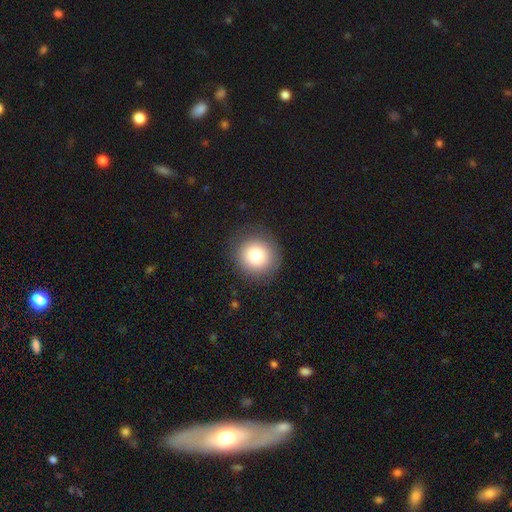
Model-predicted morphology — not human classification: smooth_or_featured: smooth (p=0.83) [alt: star or artifact p=0.10]
how_rounded: round (p=0.91) [alt: in between p=0.08]
merging: none (p=0.88) [alt: minor disturbance p=0.08]